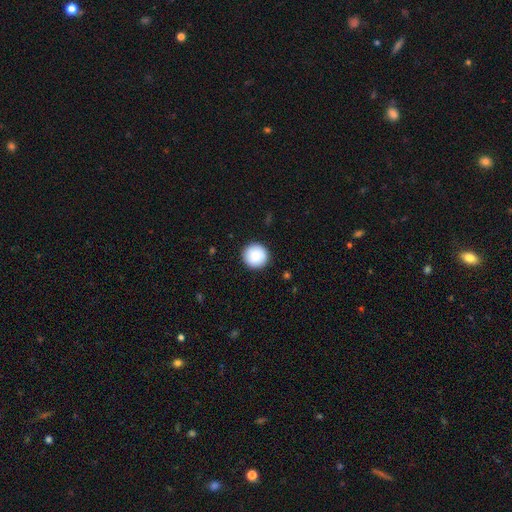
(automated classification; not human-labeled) The model was most divided on "smooth or featured": smooth: 87%, star or artifact: 7%, featured or disk: 7%. More confident: how rounded — round (96%); merging — none (92%).